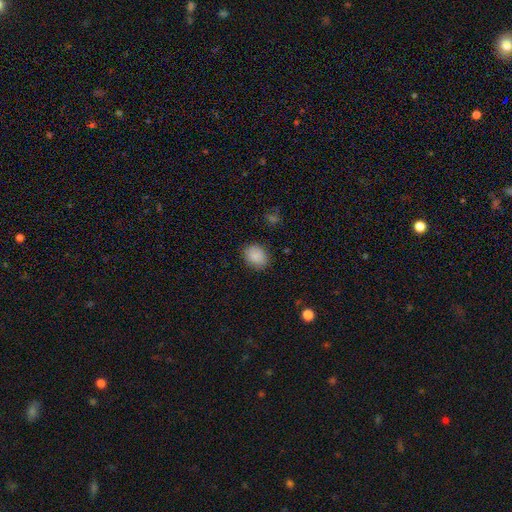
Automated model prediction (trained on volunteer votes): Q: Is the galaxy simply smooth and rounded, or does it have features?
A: smooth — 87%.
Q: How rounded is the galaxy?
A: in between — 57%.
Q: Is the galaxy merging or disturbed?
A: none — 83%.